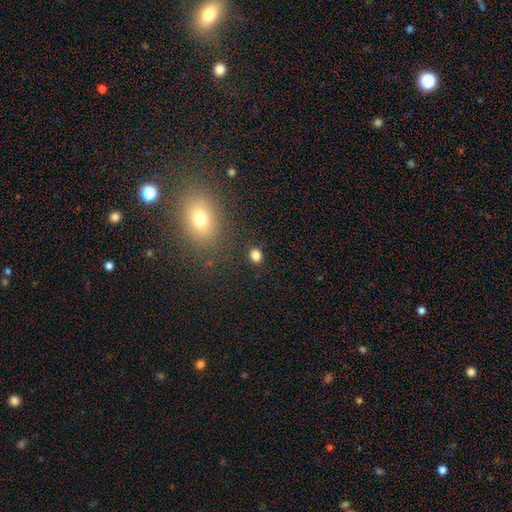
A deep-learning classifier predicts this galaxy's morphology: smooth_or_featured: smooth (p=0.81) [alt: star or artifact p=0.14]
how_rounded: round (p=0.56) [alt: in between p=0.43]
merging: none (p=0.85) [alt: minor disturbance p=0.08]